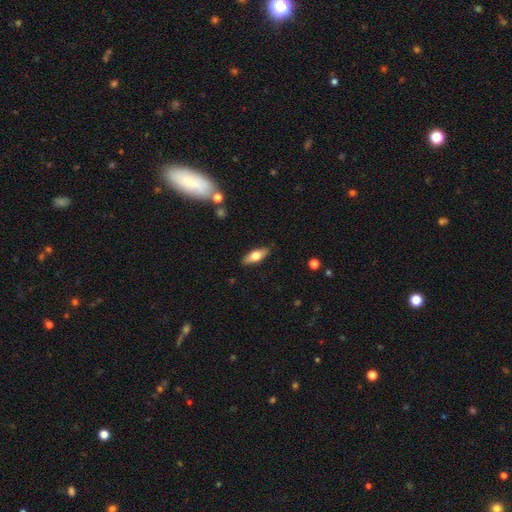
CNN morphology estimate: Smooth or featured? smooth (57%)
How rounded? in between (66%)
Merging? none (87%)